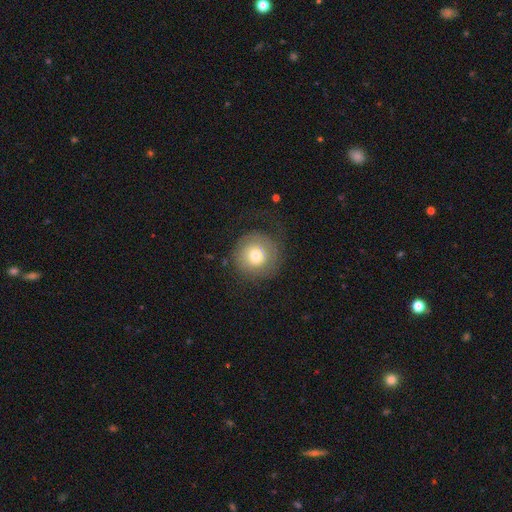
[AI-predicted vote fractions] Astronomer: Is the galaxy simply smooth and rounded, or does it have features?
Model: smooth — 62%.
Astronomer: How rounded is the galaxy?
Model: round — 93%.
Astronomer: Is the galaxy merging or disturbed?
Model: none — 62%.